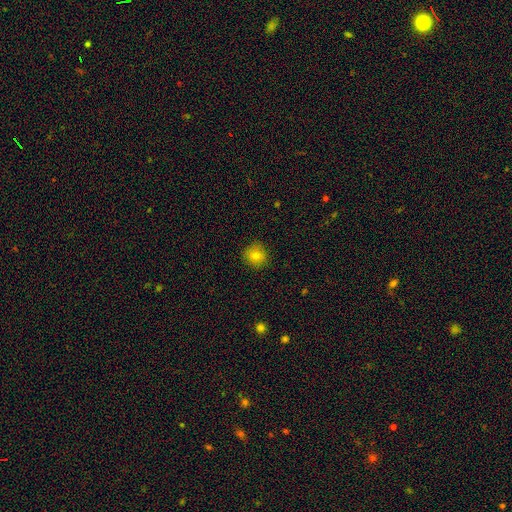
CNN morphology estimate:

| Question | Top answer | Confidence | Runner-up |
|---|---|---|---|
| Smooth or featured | smooth | 80% | star or artifact (12%) |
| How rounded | round | 91% | in between (8%) |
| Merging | none | 89% | minor disturbance (8%) |